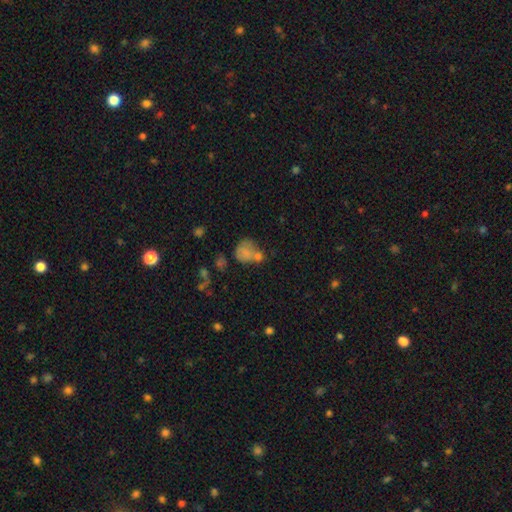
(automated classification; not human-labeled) Smooth or featured?
  - smooth: 56% *
  - star or artifact: 26%
  - featured or disk: 19%
How rounded?
  - round: 66% *
  - in between: 32%
  - cigar-shaped: 2%
Merging?
  - none: 42% *
  - merger: 29%
  - minor disturbance: 17%
  - major disturbance: 13%